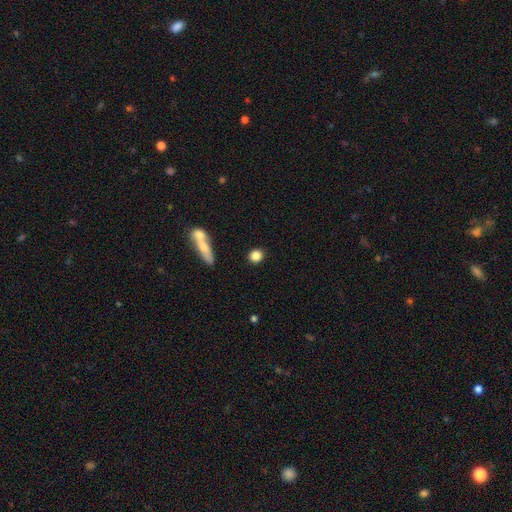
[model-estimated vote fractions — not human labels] smooth_or_featured: smooth (p=0.85) [alt: star or artifact p=0.09]
how_rounded: round (p=0.78) [alt: in between p=0.18]
merging: none (p=0.85) [alt: minor disturbance p=0.07]